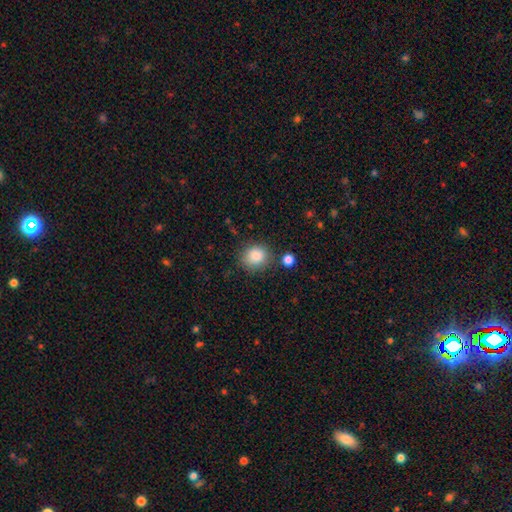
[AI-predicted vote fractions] smooth_or_featured: smooth (p=0.86) [alt: star or artifact p=0.09]
how_rounded: round (p=0.77) [alt: in between p=0.22]
merging: none (p=0.78) [alt: minor disturbance p=0.13]